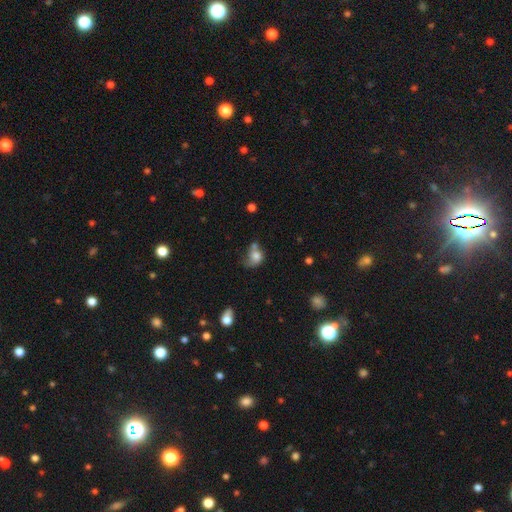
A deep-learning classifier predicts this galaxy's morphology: Smooth or featured: smooth — 67% (featured or disk — 22%)
How rounded: round — 54% (in between — 45%)
Merging: merger — 28% (none — 27%)